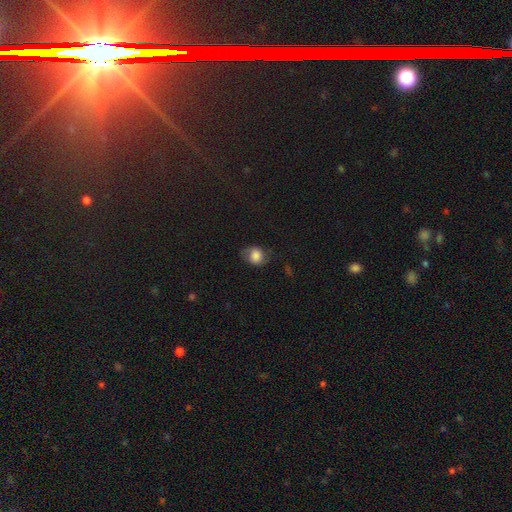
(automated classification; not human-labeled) This appears to be a smooth galaxy with no disk features (74%) that is round (59%). Merging: none (60%).